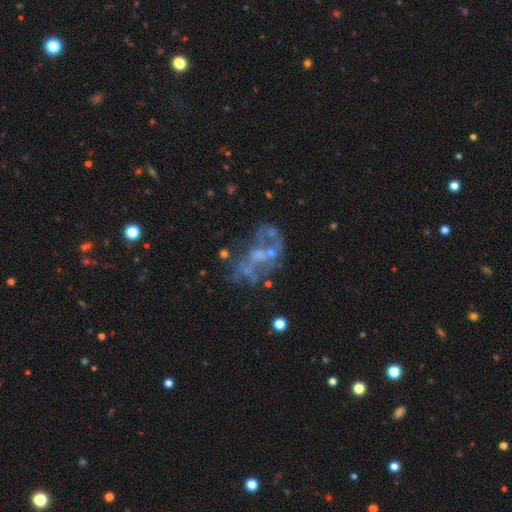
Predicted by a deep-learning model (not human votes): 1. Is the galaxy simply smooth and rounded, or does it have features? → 66% featured or disk, 17% star or artifact, 17% smooth.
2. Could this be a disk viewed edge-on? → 97% no, 3% yes.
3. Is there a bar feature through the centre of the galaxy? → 83% no, 13% weak, 4% strong.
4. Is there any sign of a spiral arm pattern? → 87% no, 13% yes.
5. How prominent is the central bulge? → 61% none, 20% small, 15% moderate, 2% large, 1% dominant.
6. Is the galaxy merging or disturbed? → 39% none, 27% major disturbance, 18% merger, 15% minor disturbance.